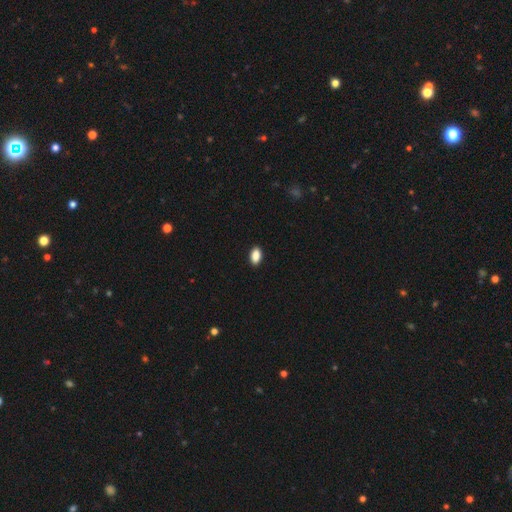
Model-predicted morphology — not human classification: Smooth or featured: smooth — 89% (star or artifact — 8%)
How rounded: in between — 92% (round — 5%)
Merging: none — 90% (minor disturbance — 7%)